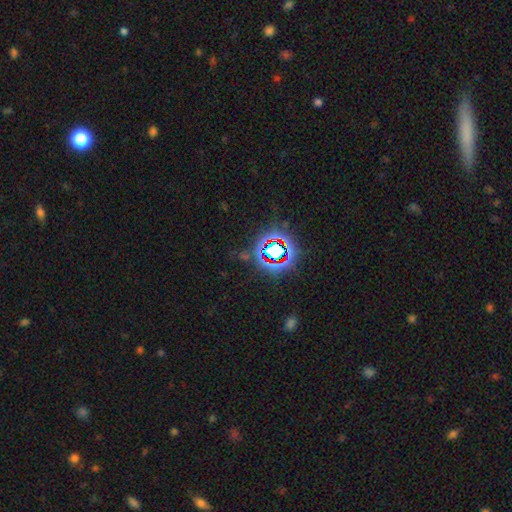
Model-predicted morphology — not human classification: Smooth or featured: star or artifact — 75% (smooth — 13%)